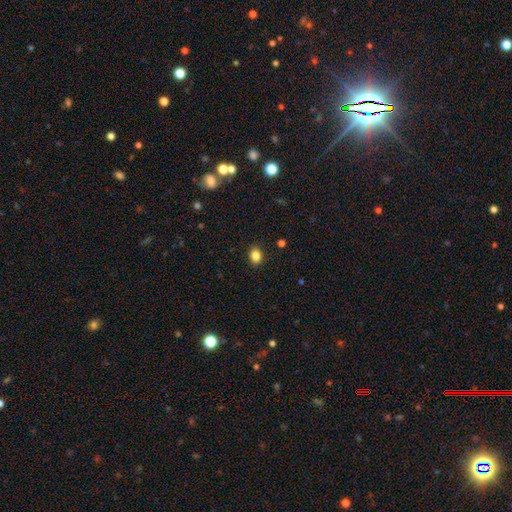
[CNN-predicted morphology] Q: Smooth or featured?
A: smooth (85%); runner-up: star or artifact (10%)
Q: How rounded?
A: in between (61%); runner-up: round (38%)
Q: Merging?
A: none (88%); runner-up: minor disturbance (8%)